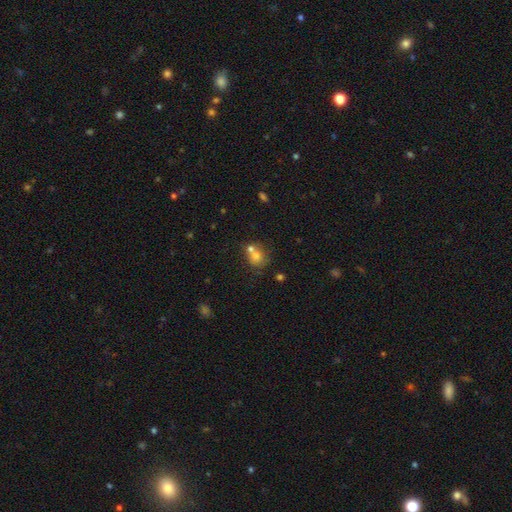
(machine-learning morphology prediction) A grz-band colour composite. It shows a smooth galaxy with no disk features (72%) that is round (75%). Merging: merger (48%).